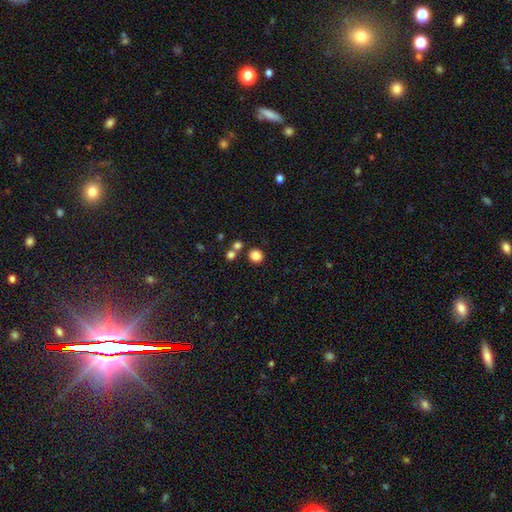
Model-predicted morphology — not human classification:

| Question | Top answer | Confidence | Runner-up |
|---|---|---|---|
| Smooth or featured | smooth | 84% | star or artifact (12%) |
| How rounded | round | 84% | in between (15%) |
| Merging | none | 79% | merger (11%) |